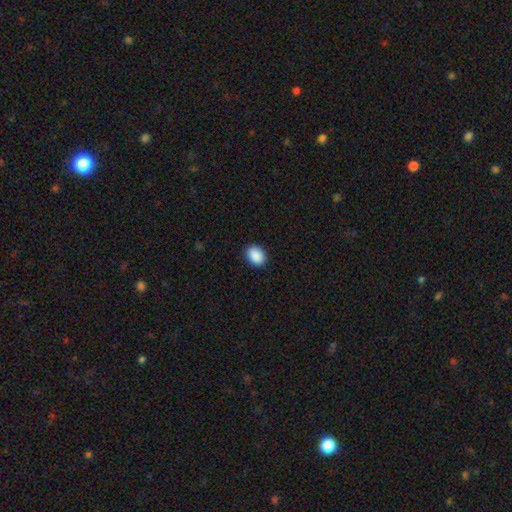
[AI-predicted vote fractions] Morphology: type=smooth (90%); roundness=in between (73%); merging=none (89%).